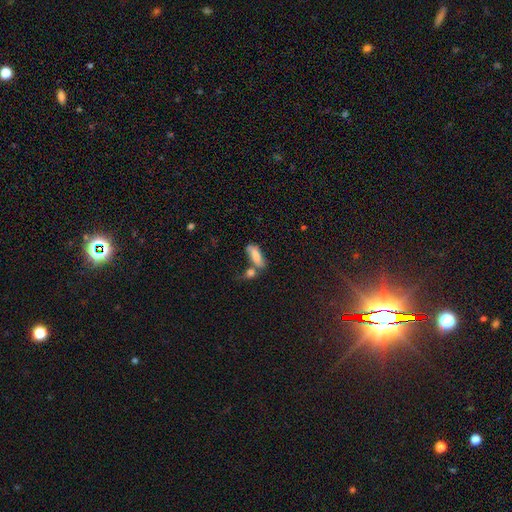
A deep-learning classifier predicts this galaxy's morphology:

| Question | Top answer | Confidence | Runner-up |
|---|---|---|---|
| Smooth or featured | smooth | 74% | featured or disk (17%) |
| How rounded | in between | 68% | cigar-shaped (28%) |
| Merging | merger | 37% | none (36%) |